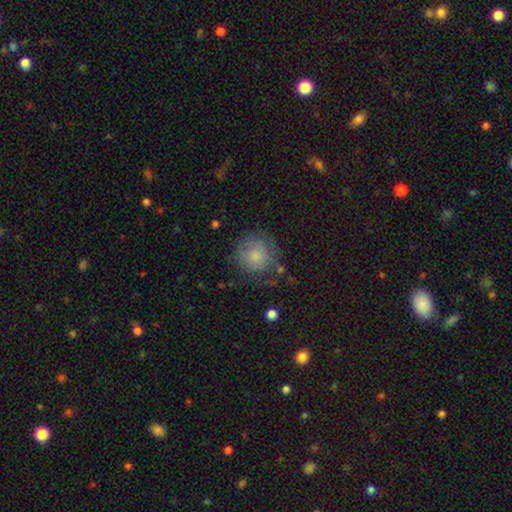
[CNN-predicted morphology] Smooth or featured? smooth (70%)
How rounded? round (90%)
Merging? none (62%)